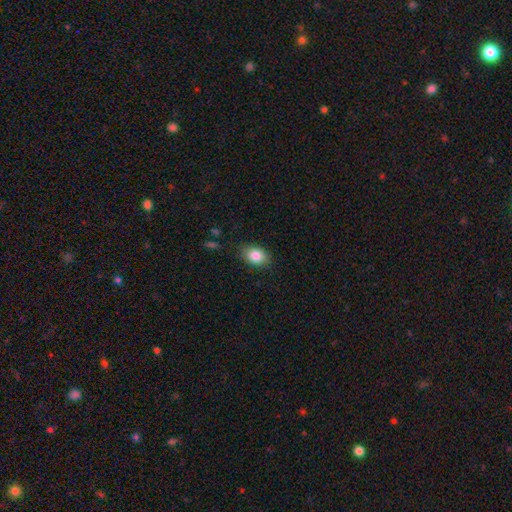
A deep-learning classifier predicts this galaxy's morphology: type=smooth (84%); roundness=in between (77%); merging=none (84%).